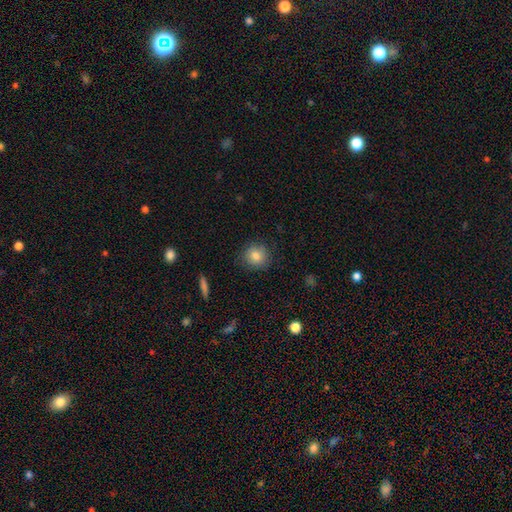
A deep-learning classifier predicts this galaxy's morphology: Smooth or featured? Predicted: smooth (p=0.82). How rounded? Predicted: round (p=0.90). Merging? Predicted: none (p=0.86).